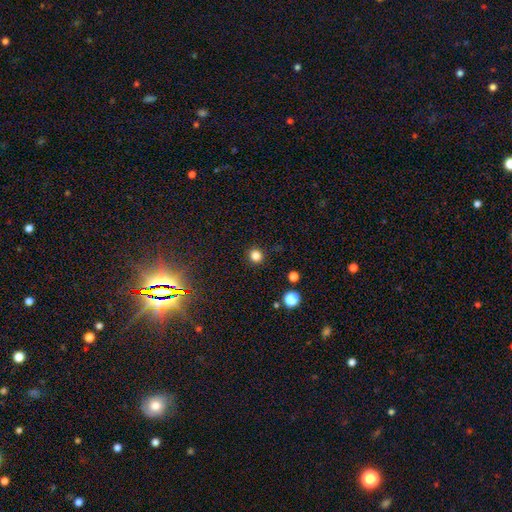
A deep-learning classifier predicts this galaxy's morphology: smooth_or_featured: smooth (p=0.83) [alt: star or artifact p=0.13]
how_rounded: round (p=0.92) [alt: in between p=0.07]
merging: none (p=0.91) [alt: minor disturbance p=0.05]